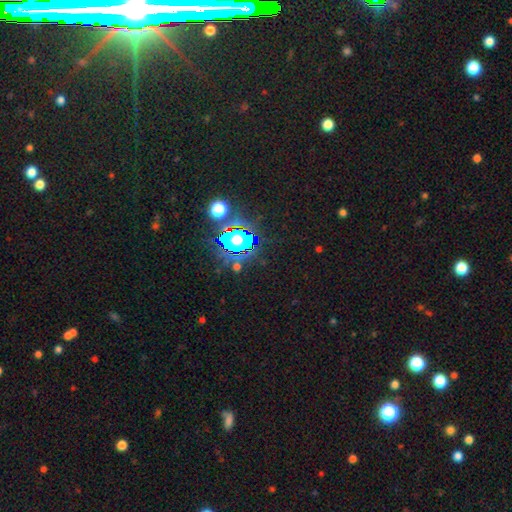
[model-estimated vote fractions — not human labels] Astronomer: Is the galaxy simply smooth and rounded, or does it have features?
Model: star or artifact — 82%.